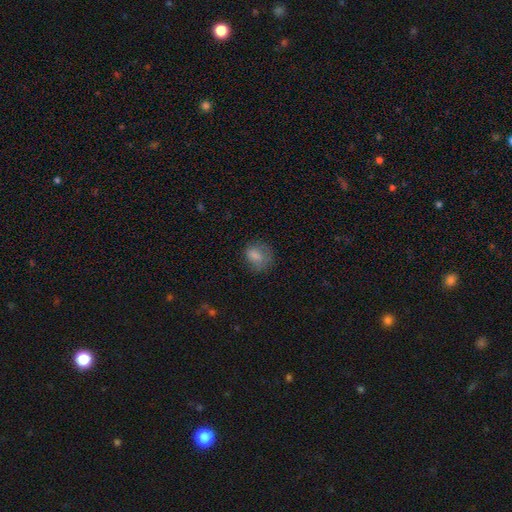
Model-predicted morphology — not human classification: Smooth or featured? Predicted: smooth (p=0.78). How rounded? Predicted: round (p=0.56). Merging? Predicted: none (p=0.63).